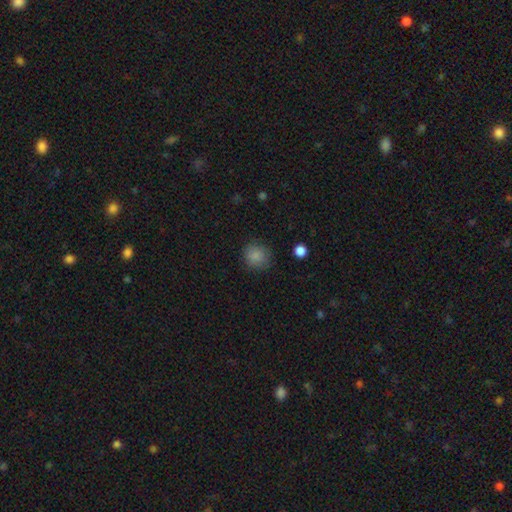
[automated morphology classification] Smooth or featured?
  - smooth: 85% *
  - star or artifact: 11%
  - featured or disk: 4%
How rounded?
  - round: 89% *
  - in between: 11%
  - cigar-shaped: 1%
Merging?
  - none: 84% *
  - minor disturbance: 11%
  - major disturbance: 4%
  - merger: 1%